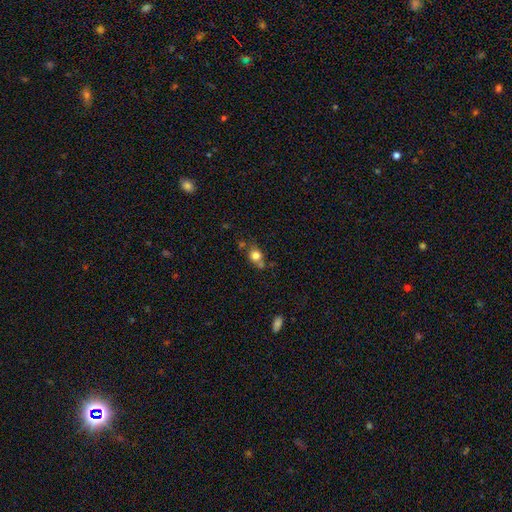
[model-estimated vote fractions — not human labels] Smooth or featured?
  - smooth: 78% *
  - star or artifact: 11%
  - featured or disk: 11%
How rounded?
  - round: 68% *
  - in between: 30%
  - cigar-shaped: 2%
Merging?
  - none: 54% *
  - merger: 21%
  - minor disturbance: 18%
  - major disturbance: 6%